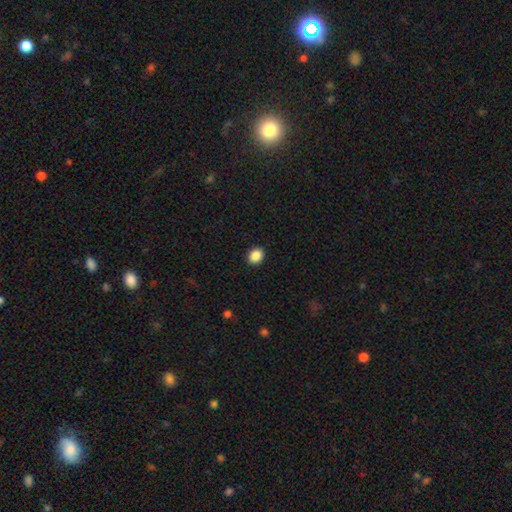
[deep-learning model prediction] Morphology: type=smooth (88%); roundness=round (52%); merging=none (92%).